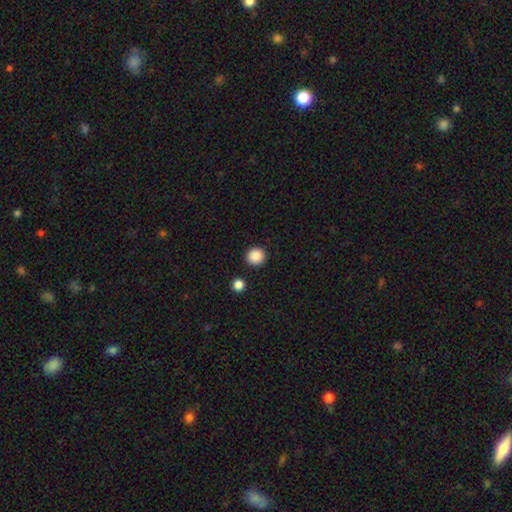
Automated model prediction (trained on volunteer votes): This appears to be a smooth galaxy with no disk features (88%) that is round (92%). Merging: none (91%).